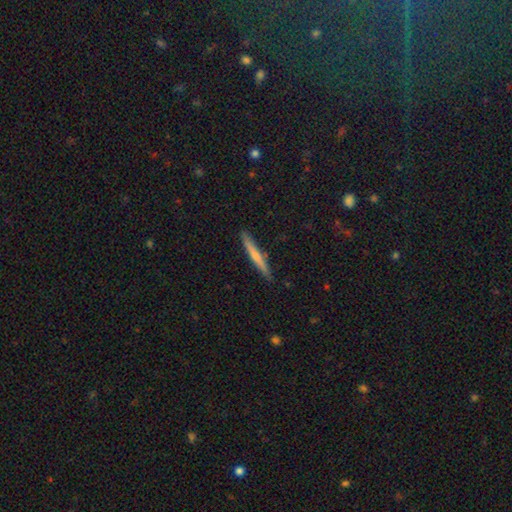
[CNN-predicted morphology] This is possibly a smooth galaxy (54%). How rounded: clearly cigar-shaped (95%). Merging: clearly none (88%).